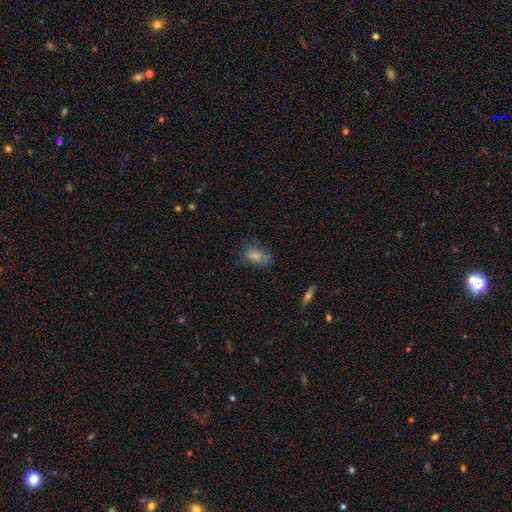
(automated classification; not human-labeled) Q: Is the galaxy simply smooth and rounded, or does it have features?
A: smooth — 76%.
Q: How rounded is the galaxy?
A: in between — 81%.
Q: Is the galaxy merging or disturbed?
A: none — 60%.